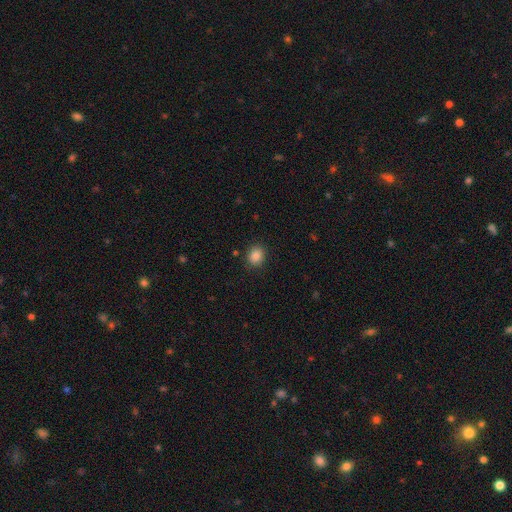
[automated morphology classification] type=smooth (86%); roundness=round (63%); merging=none (87%).